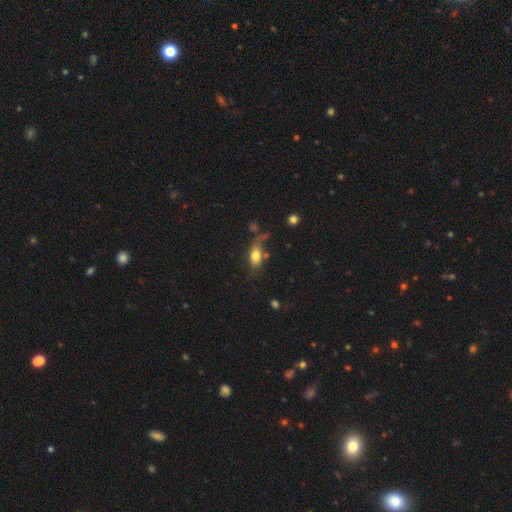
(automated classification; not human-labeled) Smooth or featured?
  - smooth: 77% *
  - featured or disk: 14%
  - star or artifact: 9%
How rounded?
  - in between: 85% *
  - round: 9%
  - cigar-shaped: 6%
Merging?
  - none: 52% *
  - minor disturbance: 21%
  - merger: 13%
  - major disturbance: 13%